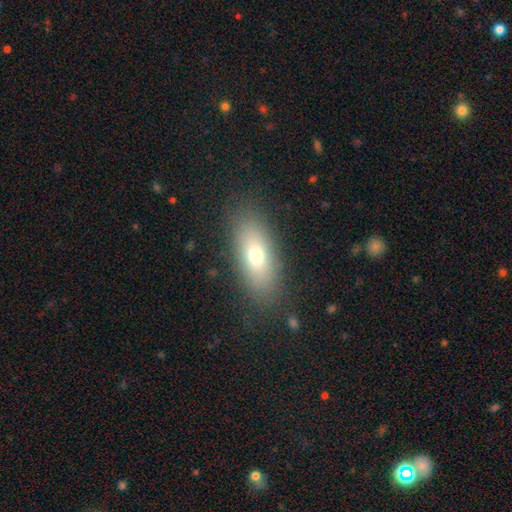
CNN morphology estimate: smooth 69%, featured or disk 21%, star or artifact 9%. Down the decision tree: how rounded — in between (75%); merging — none (85%).